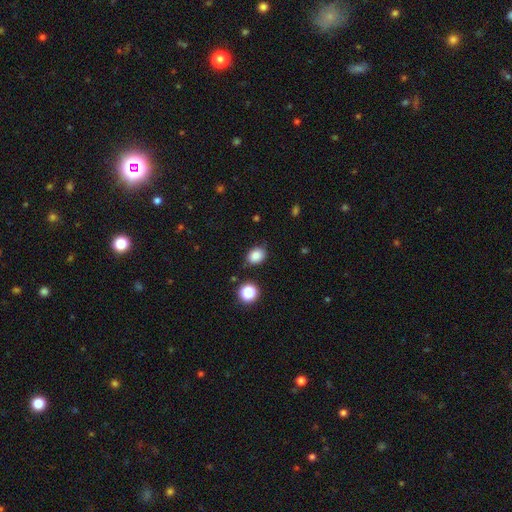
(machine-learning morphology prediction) type=smooth (85%); roundness=in between (61%); merging=none (81%).